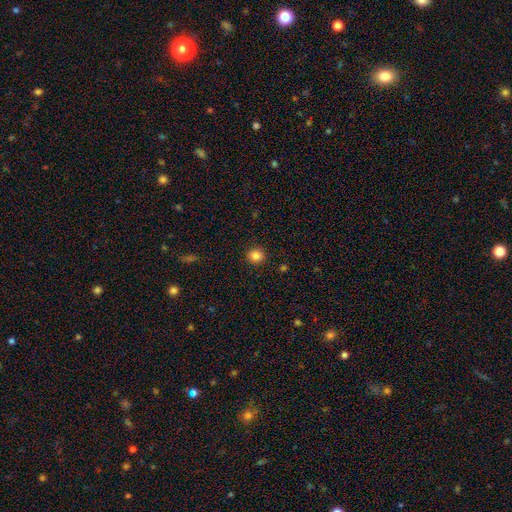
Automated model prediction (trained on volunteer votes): The model was most divided on "smooth or featured": smooth: 84%, star or artifact: 11%, featured or disk: 5%. More confident: merging — none (91%); how rounded — round (88%).